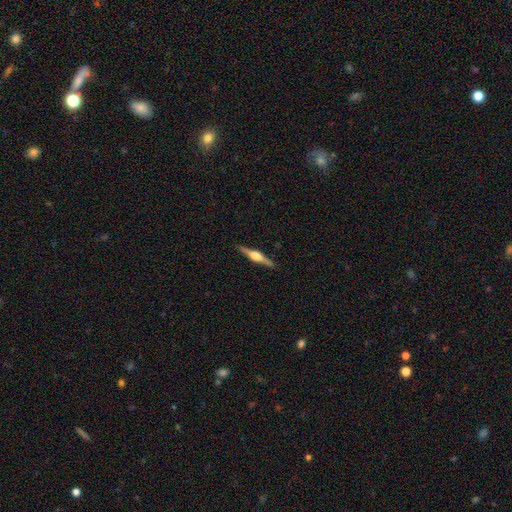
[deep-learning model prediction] smooth_or_featured: featured or disk (p=0.76) [alt: smooth p=0.19]
disk_edge_on: yes (p=0.98) [alt: no p=0.02]
edge_on_bulge: rounded (p=0.87) [alt: boxy p=0.10]
merging: none (p=0.91) [alt: minor disturbance p=0.06]